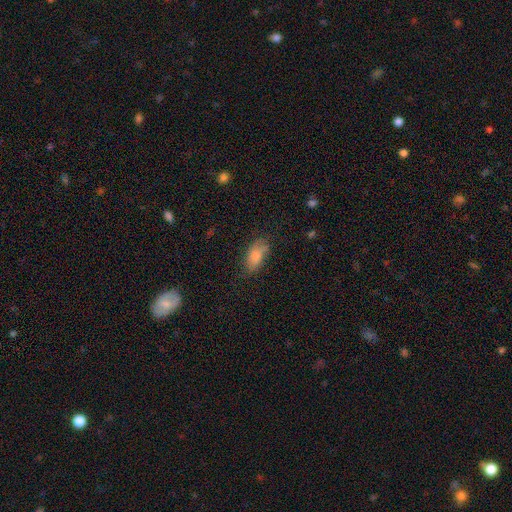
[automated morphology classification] A smooth galaxy with no disk features (80%) that is in between round and cigar-shaped (91%). Merging: none (61%).